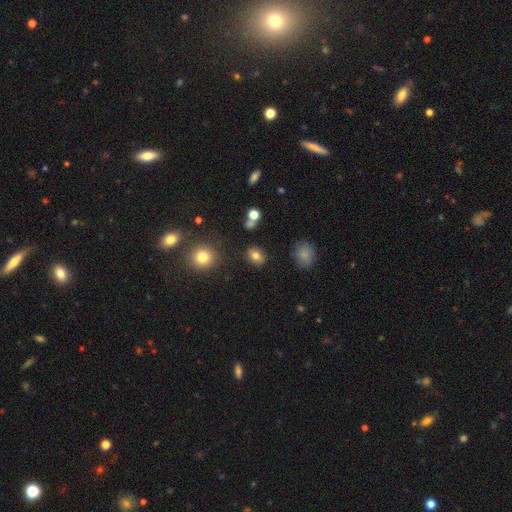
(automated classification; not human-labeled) A smooth galaxy with no disk features (77%) that is in between round and cigar-shaped (49%, tied with round). Merging: none (84%).